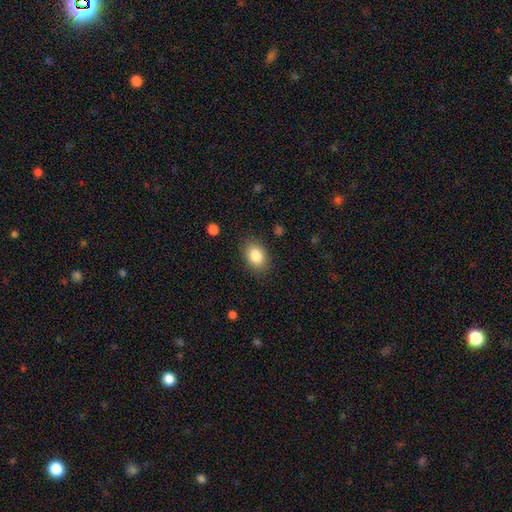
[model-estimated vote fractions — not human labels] The model was most divided on "how rounded": in between: 80%, round: 19%, cigar-shaped: 1%. More confident: merging — none (85%); smooth or featured — smooth (85%).